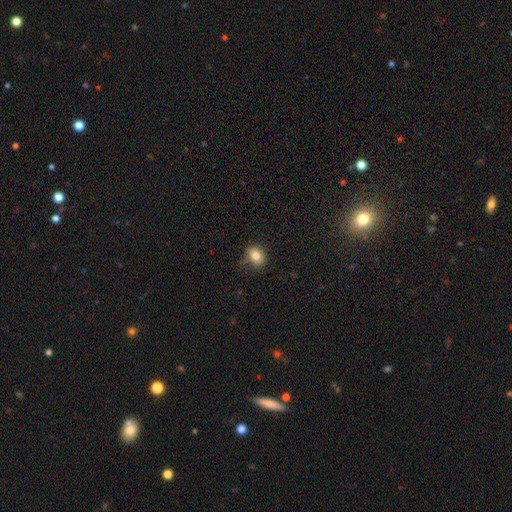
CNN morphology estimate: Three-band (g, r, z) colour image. It shows a smooth galaxy with no disk features (81%) that is in between round and cigar-shaped (51%). Merging: none (71%).